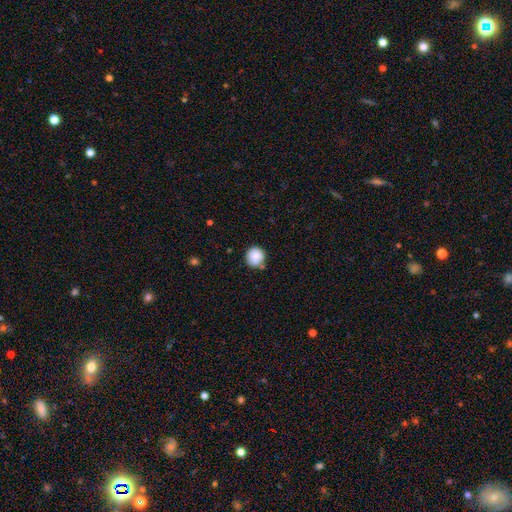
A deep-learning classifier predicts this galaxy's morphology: Q: Smooth or featured?
A: smooth (85%); runner-up: star or artifact (8%)
Q: How rounded?
A: round (92%); runner-up: in between (7%)
Q: Merging?
A: none (75%); runner-up: minor disturbance (15%)